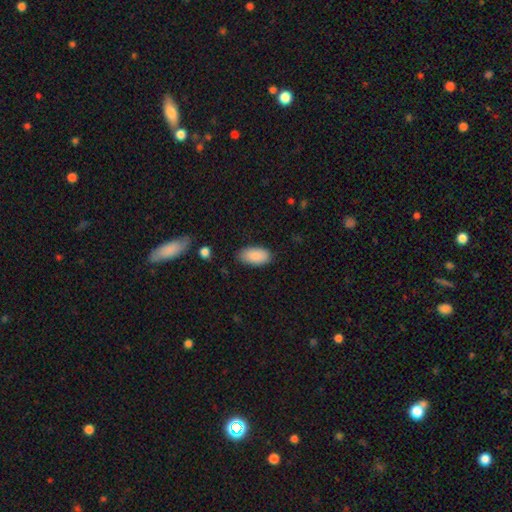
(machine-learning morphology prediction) Q: Smooth or featured?
A: smooth (89%); runner-up: star or artifact (6%)
Q: How rounded?
A: in between (94%); runner-up: cigar-shaped (3%)
Q: Merging?
A: none (82%); runner-up: minor disturbance (14%)